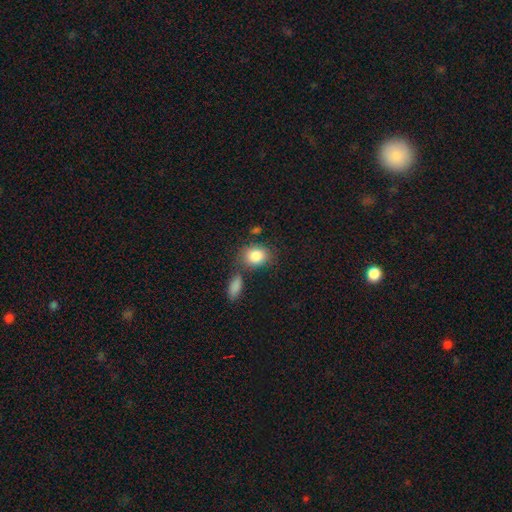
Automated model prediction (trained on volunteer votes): smooth 85%, star or artifact 8%, featured or disk 7%. Down the decision tree: how rounded — in between (56%); merging — none (62%).